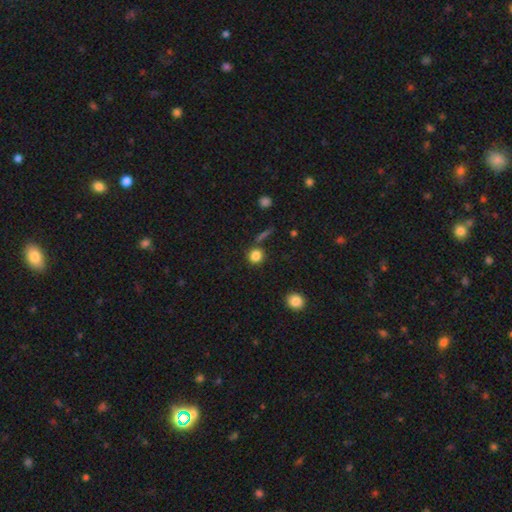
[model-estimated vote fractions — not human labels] Smooth or featured? smooth (83%)
How rounded? round (91%)
Merging? none (79%)